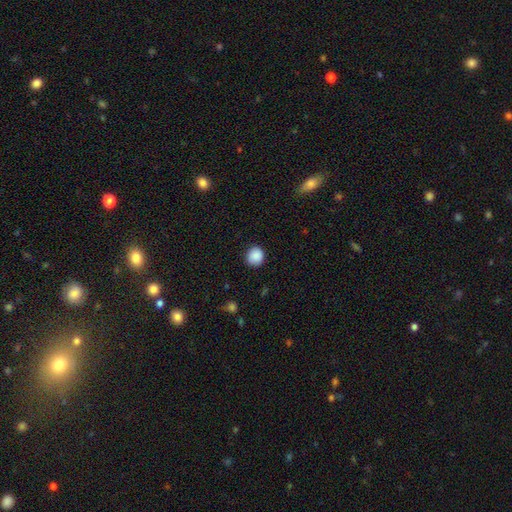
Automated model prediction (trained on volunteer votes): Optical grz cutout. It shows a smooth galaxy with no disk features (89%) that is round (86%). Merging: none (89%).